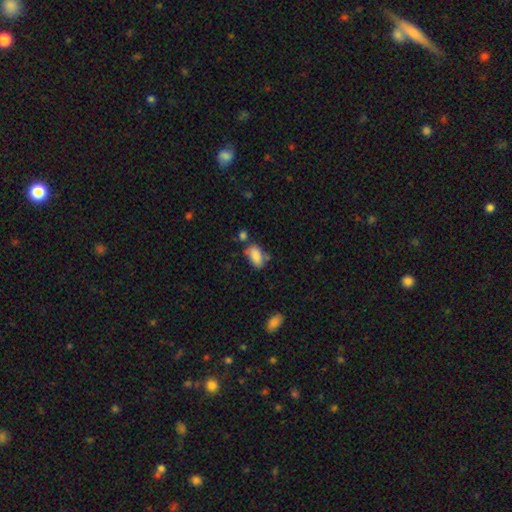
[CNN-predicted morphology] This is clearly a smooth galaxy (84%). How rounded: clearly in between (92%). Merging: possibly none (53%).